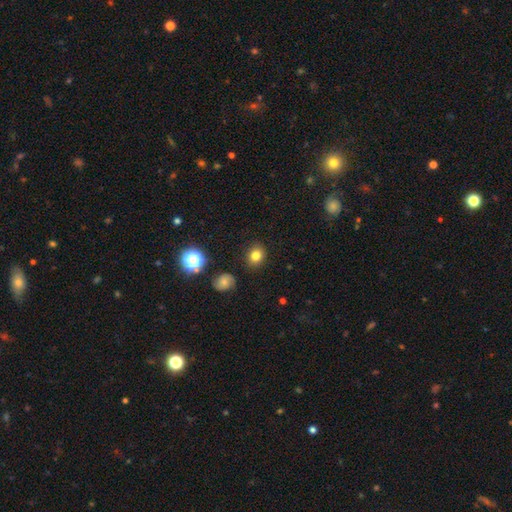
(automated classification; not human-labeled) smooth 79%, star or artifact 13%, featured or disk 7%. Down the decision tree: how rounded — round (64%); merging — none (86%).